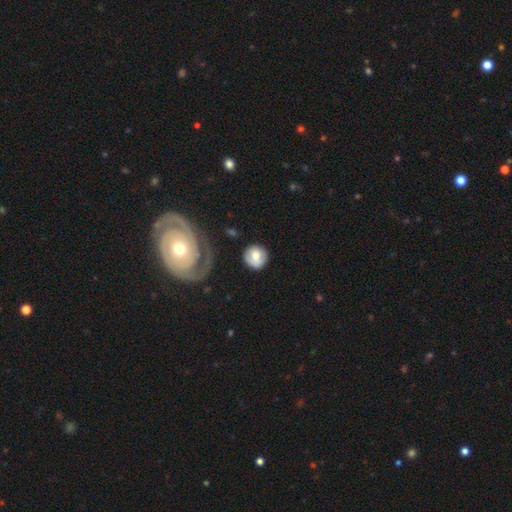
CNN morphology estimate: Q: Smooth or featured?
A: smooth (69%); runner-up: featured or disk (25%)
Q: How rounded?
A: round (89%); runner-up: in between (9%)
Q: Merging?
A: none (78%); runner-up: minor disturbance (13%)